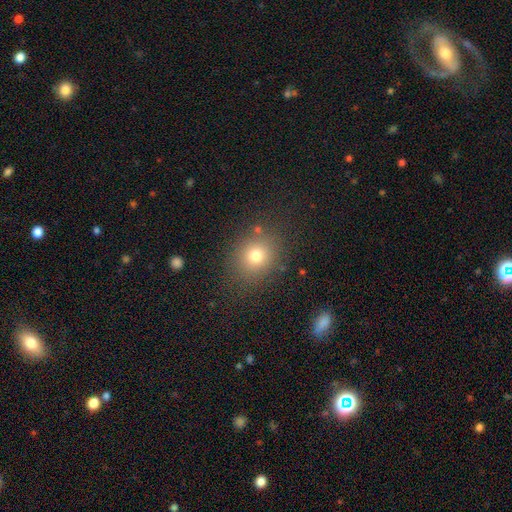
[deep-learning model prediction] A smooth galaxy with no disk features (74%) that is round (69%).

Vote fractions:
- Smooth or featured? smooth: 74% / star or artifact: 15% / featured or disk: 10%
- How rounded? round: 69% / in between: 30% / cigar-shaped: 1%
- Merging? none: 82% / minor disturbance: 10% / major disturbance: 5% / merger: 3%